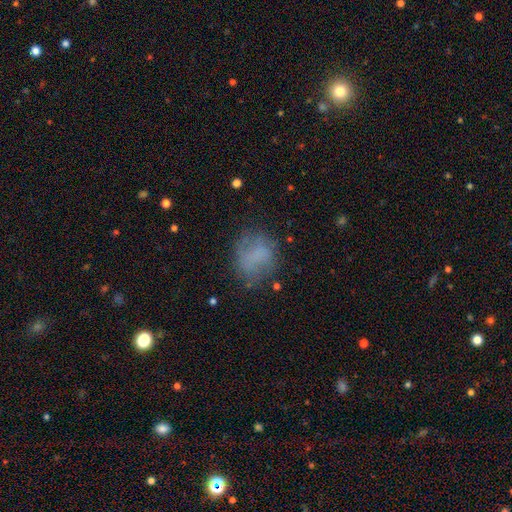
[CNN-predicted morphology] Smooth or featured: smooth — 62% (featured or disk — 26%)
How rounded: round — 56% (in between — 42%)
Merging: none — 59% (minor disturbance — 24%)